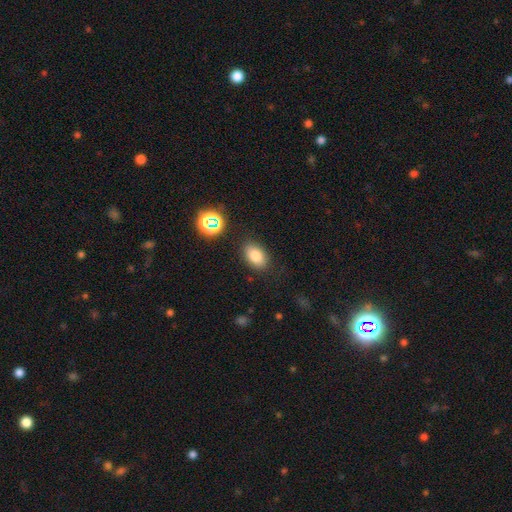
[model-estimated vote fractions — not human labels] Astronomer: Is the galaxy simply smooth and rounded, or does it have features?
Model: smooth — 80%.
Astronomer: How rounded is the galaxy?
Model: in between — 84%.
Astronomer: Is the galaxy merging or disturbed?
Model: none — 83%.